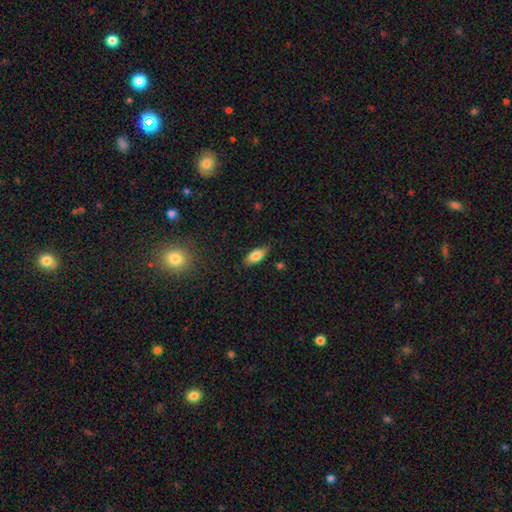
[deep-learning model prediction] This is likely a smooth galaxy (80%). How rounded: clearly in between (84%). Merging: clearly none (80%).